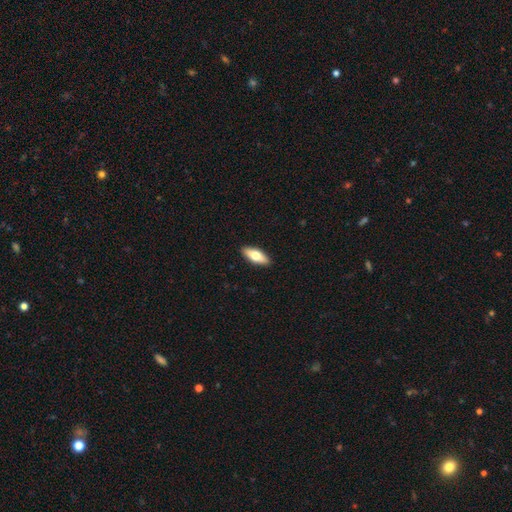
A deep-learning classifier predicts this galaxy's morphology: smooth_or_featured: smooth (p=0.66) [alt: featured or disk p=0.28]
how_rounded: in between (p=0.71) [alt: cigar-shaped p=0.27]
merging: none (p=0.90) [alt: minor disturbance p=0.07]